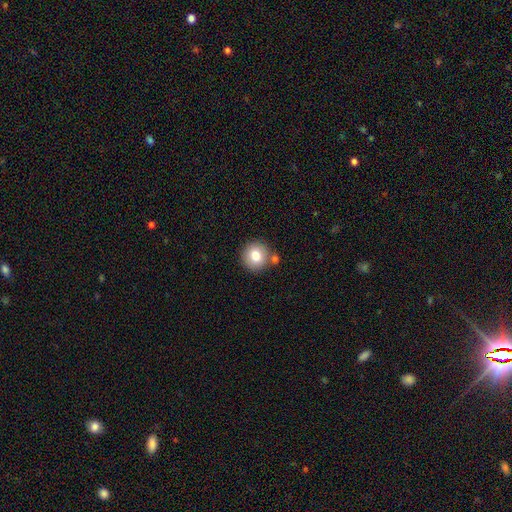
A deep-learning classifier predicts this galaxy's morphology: The model was most divided on "merging": none: 76%, merger: 12%, minor disturbance: 9%, major disturbance: 3%. More confident: how rounded — round (93%); smooth or featured — smooth (78%).